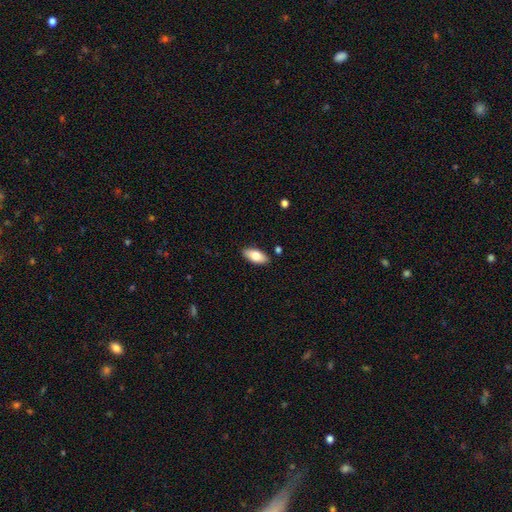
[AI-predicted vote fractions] smooth-or-featured: smooth: 79% | featured or disk: 14% | star or artifact: 6%
  how-rounded: in between: 88% | cigar-shaped: 9% | round: 2%
  merging: none: 87% | minor disturbance: 9% | major disturbance: 2% | merger: 2%